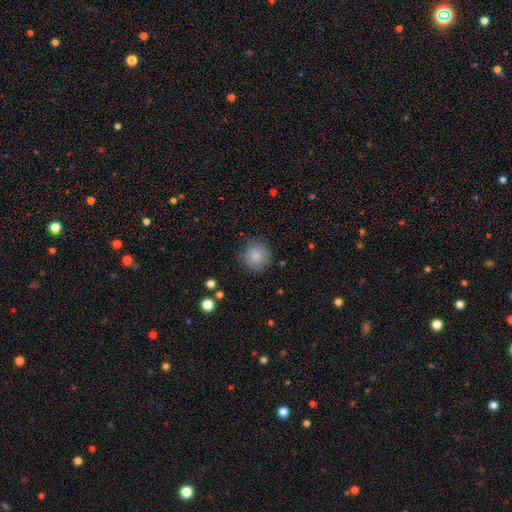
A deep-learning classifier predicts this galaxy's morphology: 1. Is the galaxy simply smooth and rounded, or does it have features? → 85% smooth, 9% star or artifact, 6% featured or disk.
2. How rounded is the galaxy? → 94% round, 5% in between, 1% cigar-shaped.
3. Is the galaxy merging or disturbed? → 85% none, 11% minor disturbance, 3% major disturbance, 1% merger.